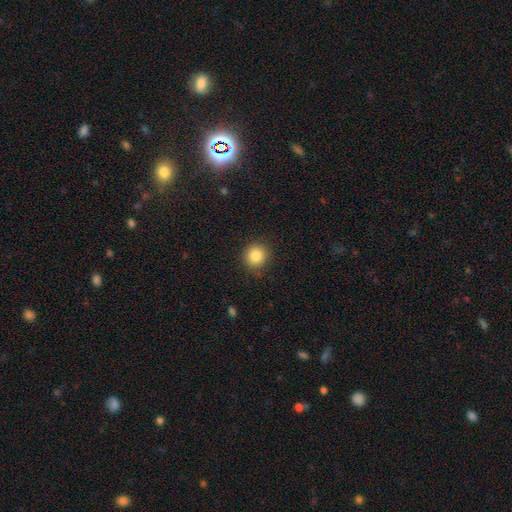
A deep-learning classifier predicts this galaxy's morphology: Smooth or featured? Predicted: smooth (p=0.85). How rounded? Predicted: round (p=0.92). Merging? Predicted: none (p=0.88).